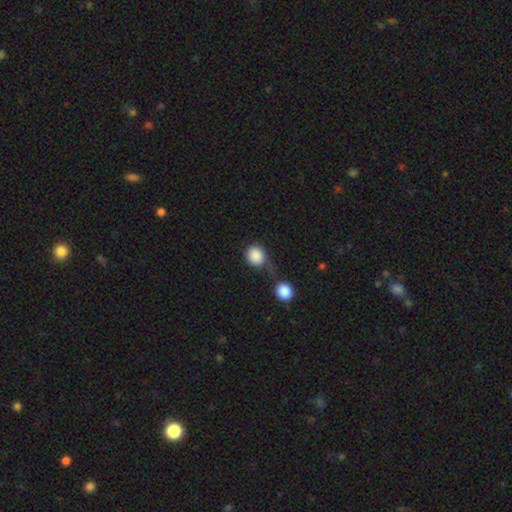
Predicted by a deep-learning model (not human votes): Smooth or featured: smooth — 87% (star or artifact — 8%)
How rounded: round — 81% (in between — 18%)
Merging: none — 46% (merger — 25%)